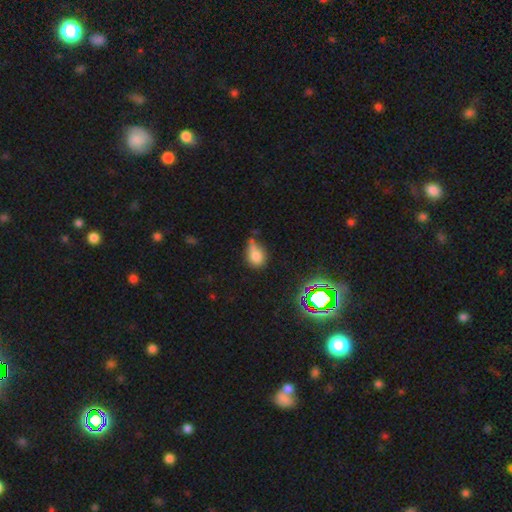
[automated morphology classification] type=smooth (73%); roundness=round (50%); merging=none (40%).